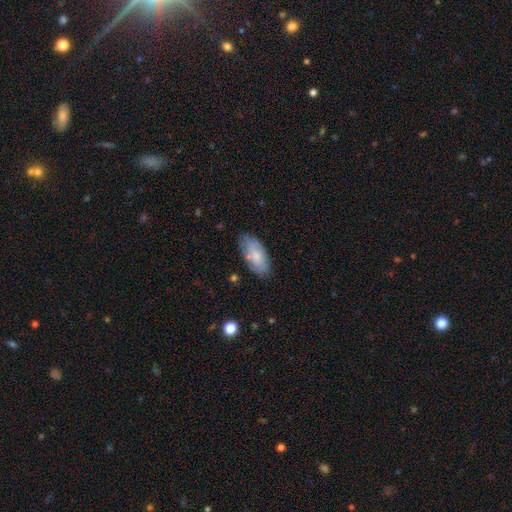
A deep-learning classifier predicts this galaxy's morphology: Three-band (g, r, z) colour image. It shows a smooth galaxy with no disk features (72%) that is in between round and cigar-shaped (92%). Merging: none (71%).